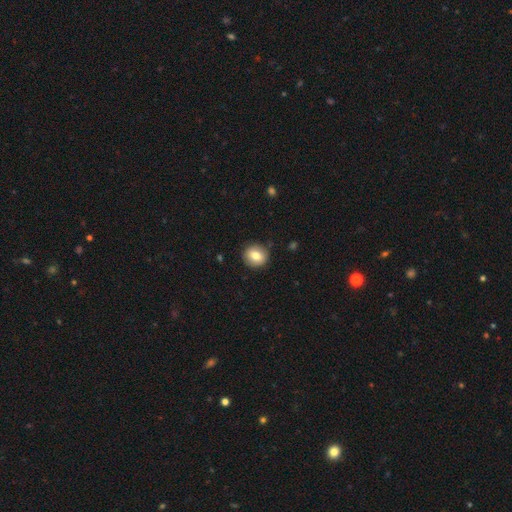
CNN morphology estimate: Smooth or featured? smooth (78%)
How rounded? round (84%)
Merging? none (88%)